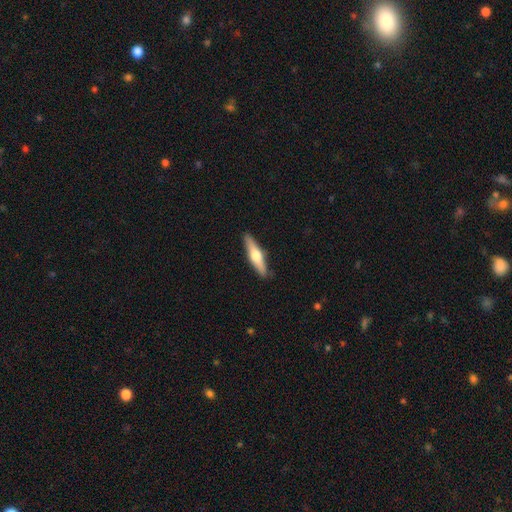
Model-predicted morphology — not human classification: Smooth or featured? Predicted: featured or disk (p=0.52). Edge-on disk? Predicted: yes (p=0.94). Merging? Predicted: none (p=0.89).